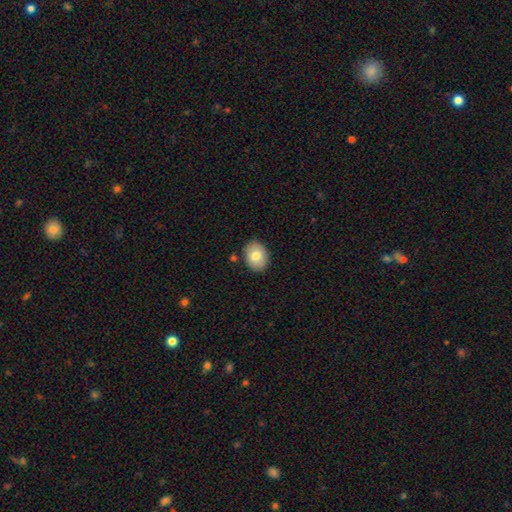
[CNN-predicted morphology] Smooth or featured: smooth — 79% (featured or disk — 14%)
How rounded: in between — 61% (round — 39%)
Merging: none — 86% (minor disturbance — 9%)